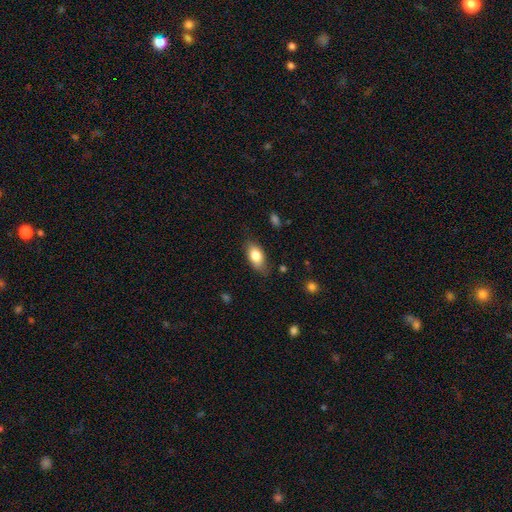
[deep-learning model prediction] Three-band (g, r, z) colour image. It shows a smooth galaxy with no disk features (80%) that is in between round and cigar-shaped (90%). Merging: none (78%).